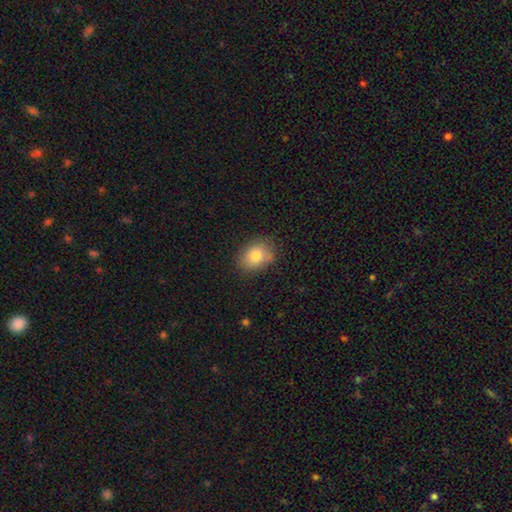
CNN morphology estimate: Smooth or featured: smooth — 80% (featured or disk — 11%)
How rounded: in between — 65% (round — 34%)
Merging: none — 78% (minor disturbance — 17%)